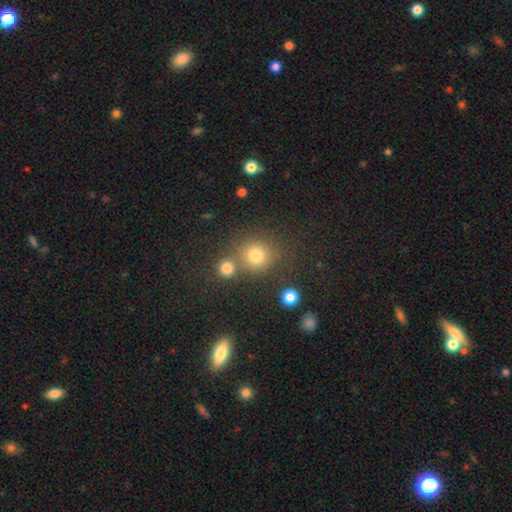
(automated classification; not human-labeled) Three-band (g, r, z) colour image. It shows a smooth galaxy with no disk features (75%) that is round (88%). Merging: none (68%).